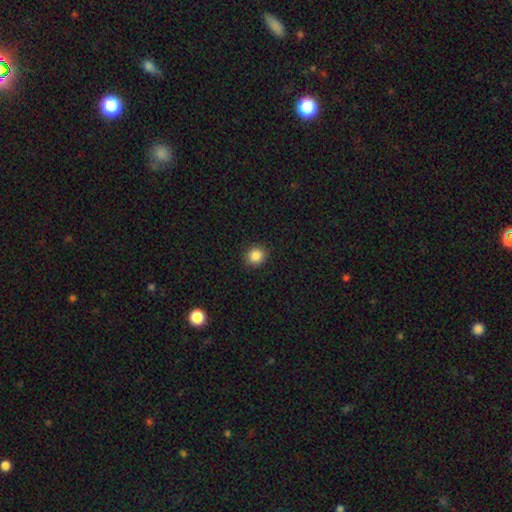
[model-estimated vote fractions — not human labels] Smooth or featured: smooth — 86% (star or artifact — 10%)
How rounded: round — 86% (in between — 13%)
Merging: none — 90% (minor disturbance — 7%)